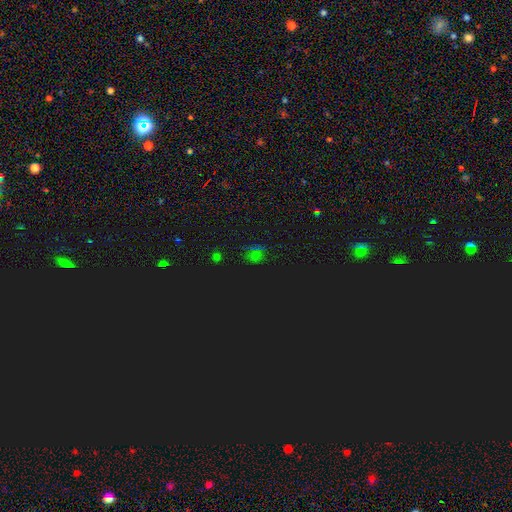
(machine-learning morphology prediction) smooth-or-featured: star or artifact: 66% | smooth: 26% | featured or disk: 8%